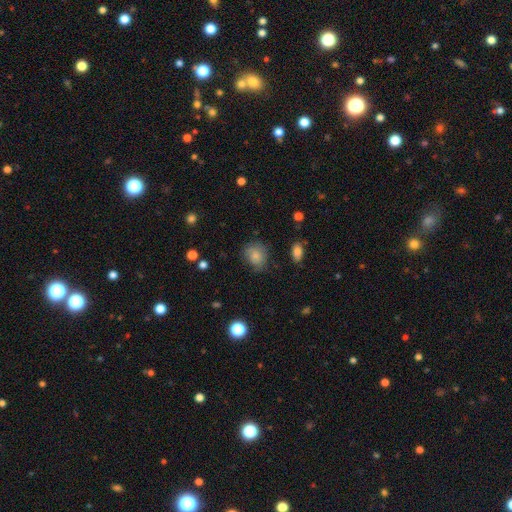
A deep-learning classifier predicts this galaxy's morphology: Smooth or featured?
  - smooth: 76% *
  - featured or disk: 14%
  - star or artifact: 10%
How rounded?
  - round: 65% *
  - in between: 34%
  - cigar-shaped: 1%
Merging?
  - none: 66% *
  - minor disturbance: 24%
  - major disturbance: 8%
  - merger: 2%